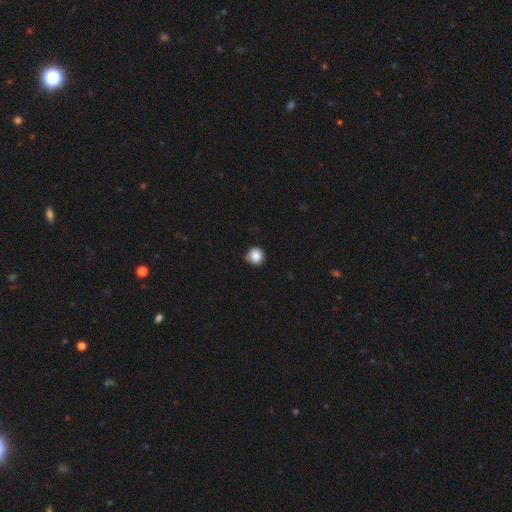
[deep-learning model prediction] Smooth or featured? Predicted: smooth (p=0.86). How rounded? Predicted: round (p=0.93). Merging? Predicted: none (p=0.73).